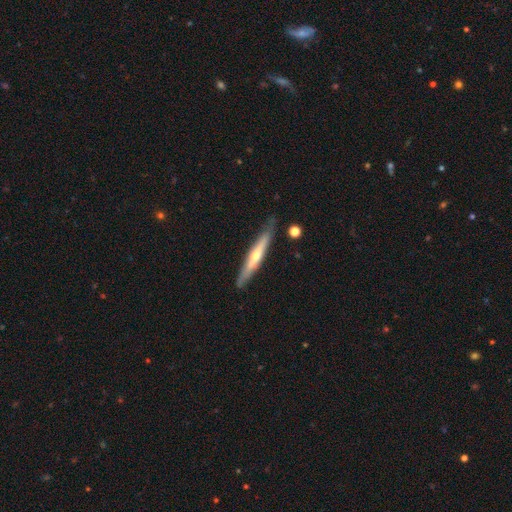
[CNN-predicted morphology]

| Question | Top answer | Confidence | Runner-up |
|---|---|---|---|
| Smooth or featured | featured or disk | 59% | smooth (36%) |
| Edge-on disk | yes | 92% | no (8%) |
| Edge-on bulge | rounded | 74% | none (21%) |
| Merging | none | 81% | minor disturbance (14%) |